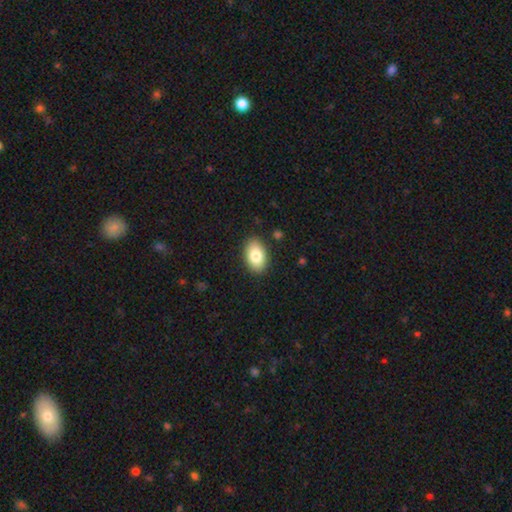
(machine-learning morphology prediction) smooth 82%, featured or disk 11%, star or artifact 7%. Down the decision tree: how rounded — in between (91%); merging — none (88%).